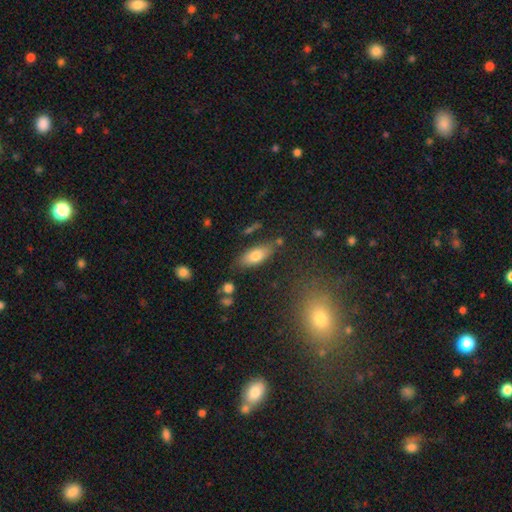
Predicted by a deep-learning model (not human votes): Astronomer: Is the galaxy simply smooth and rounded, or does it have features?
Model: smooth — 76%.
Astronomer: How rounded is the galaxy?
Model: in between — 81%.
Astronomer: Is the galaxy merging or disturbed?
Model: none — 75%.